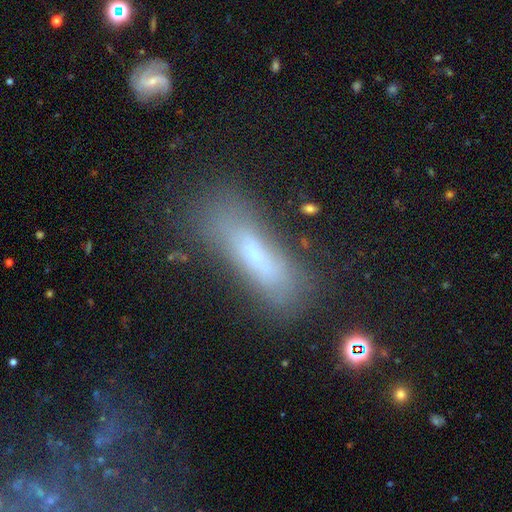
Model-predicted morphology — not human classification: Q: Smooth or featured?
A: smooth (55%); runner-up: featured or disk (31%)
Q: How rounded?
A: cigar-shaped (62%); runner-up: in between (36%)
Q: Merging?
A: none (65%); runner-up: minor disturbance (20%)